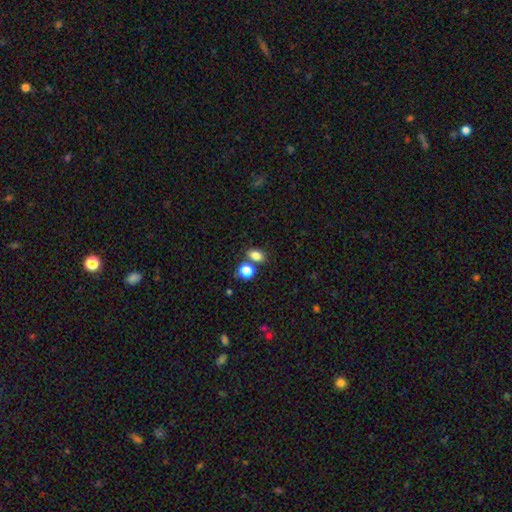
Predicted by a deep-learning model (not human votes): Smooth or featured?
  - smooth: 82% *
  - star or artifact: 11%
  - featured or disk: 6%
How rounded?
  - in between: 72% *
  - round: 26%
  - cigar-shaped: 2%
Merging?
  - none: 67% *
  - merger: 20%
  - minor disturbance: 10%
  - major disturbance: 3%